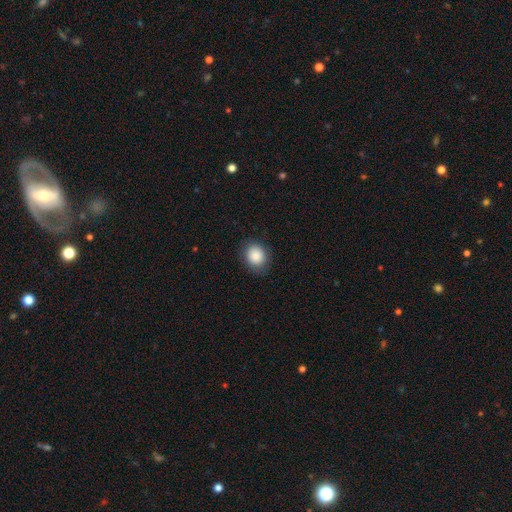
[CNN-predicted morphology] Q: Smooth or featured?
A: smooth (87%); runner-up: star or artifact (8%)
Q: How rounded?
A: round (62%); runner-up: in between (37%)
Q: Merging?
A: none (85%); runner-up: minor disturbance (11%)